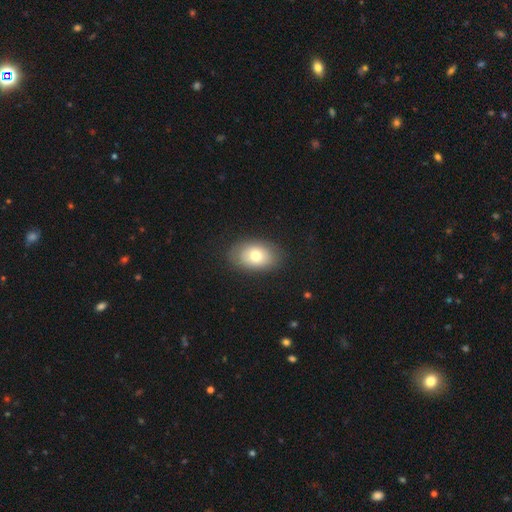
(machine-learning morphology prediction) This is likely a smooth galaxy (74%). How rounded: clearly in between (85%). Merging: clearly none (84%).